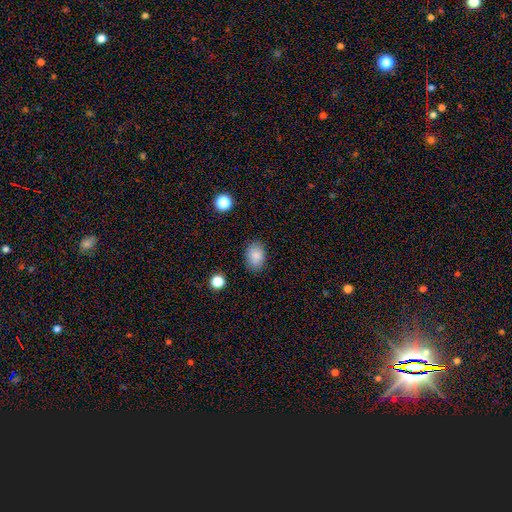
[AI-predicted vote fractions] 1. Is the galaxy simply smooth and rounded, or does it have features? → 86% smooth, 9% star or artifact, 5% featured or disk.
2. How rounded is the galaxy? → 78% in between, 21% round, 1% cigar-shaped.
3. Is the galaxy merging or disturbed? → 84% none, 12% minor disturbance, 3% major disturbance, 1% merger.